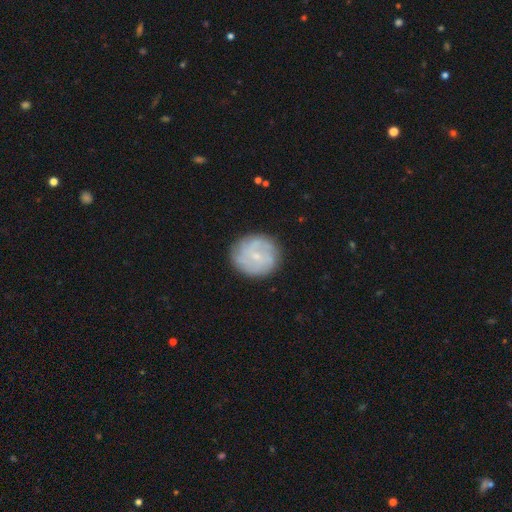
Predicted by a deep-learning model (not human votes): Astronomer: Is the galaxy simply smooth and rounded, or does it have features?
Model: featured or disk — 60%.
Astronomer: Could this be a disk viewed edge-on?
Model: no — 97%.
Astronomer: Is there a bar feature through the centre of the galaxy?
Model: no — 63%.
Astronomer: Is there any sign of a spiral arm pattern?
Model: yes — 83%.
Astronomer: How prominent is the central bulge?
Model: small — 78%.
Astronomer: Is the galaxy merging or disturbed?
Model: none — 81%.